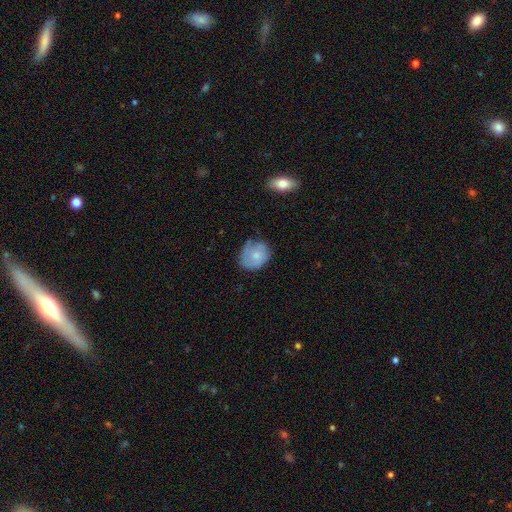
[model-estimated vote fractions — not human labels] Smooth or featured: smooth — 66% (featured or disk — 27%)
How rounded: round — 66% (in between — 33%)
Merging: none — 57% (minor disturbance — 31%)